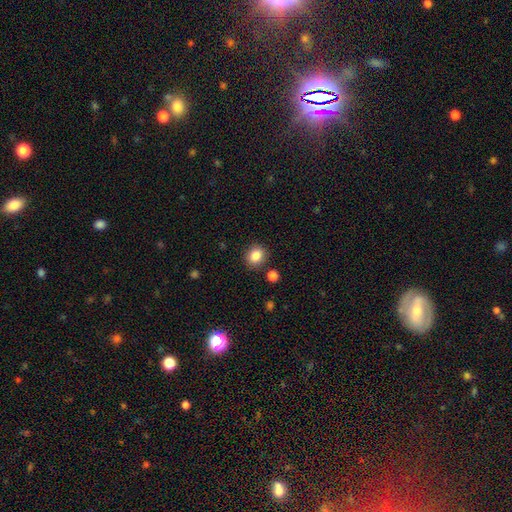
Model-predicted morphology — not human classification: A smooth galaxy with no disk features (85%) that is round (73%). Merging: none (86%).